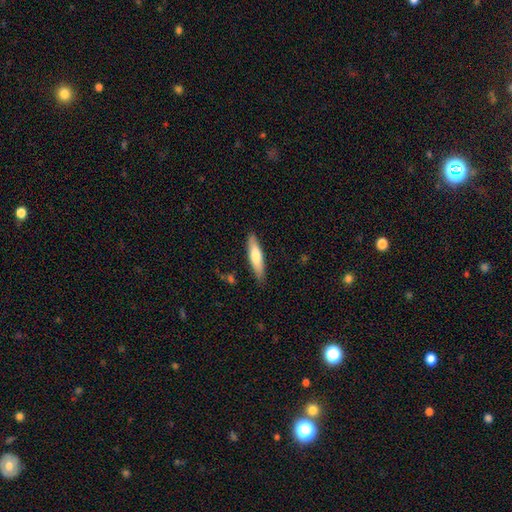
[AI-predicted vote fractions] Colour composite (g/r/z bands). It shows a smooth galaxy with no disk features (68%) that is cigar-shaped (77%). Merging: none (86%).